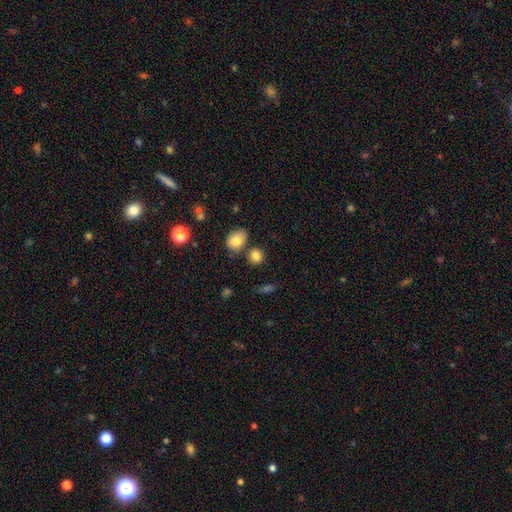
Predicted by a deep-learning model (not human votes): Q: Smooth or featured?
A: smooth (82%); runner-up: star or artifact (11%)
Q: How rounded?
A: round (74%); runner-up: in between (25%)
Q: Merging?
A: none (71%); runner-up: merger (15%)